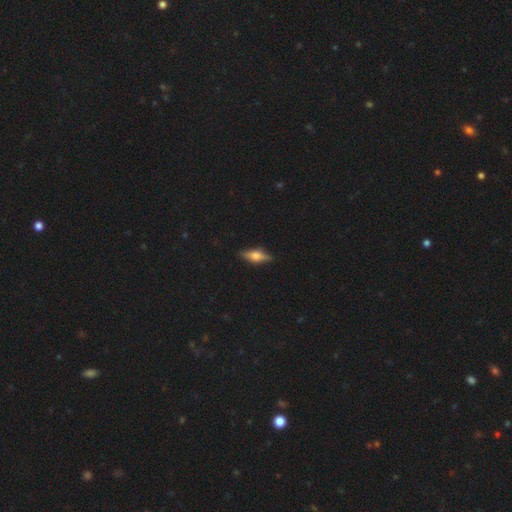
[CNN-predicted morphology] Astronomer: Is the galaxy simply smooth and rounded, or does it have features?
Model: featured or disk — 57% (runner-up: smooth, 35%).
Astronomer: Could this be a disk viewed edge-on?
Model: yes — 95%.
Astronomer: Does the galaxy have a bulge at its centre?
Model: rounded — 89%.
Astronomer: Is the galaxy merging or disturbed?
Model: none — 88%.